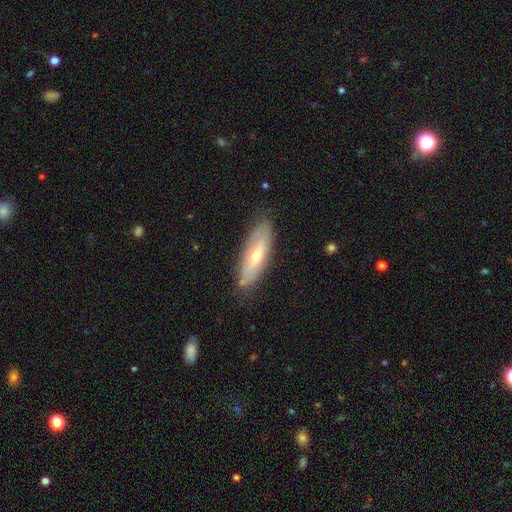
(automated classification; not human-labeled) Overall: featured or disk (52%; smooth 42%). Edge-on disk: no (62%; yes 38%). Merging: none (78%).